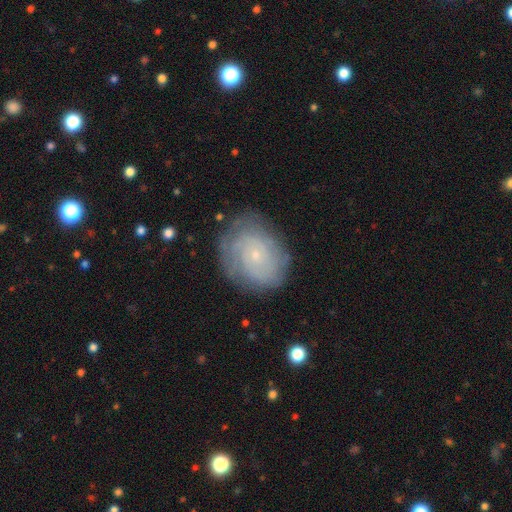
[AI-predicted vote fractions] A featured or disk galaxy (63%) with no bar (83%), tight (71%) spiral arms (83%) and a small central bulge (87%). Merging: none (75%).